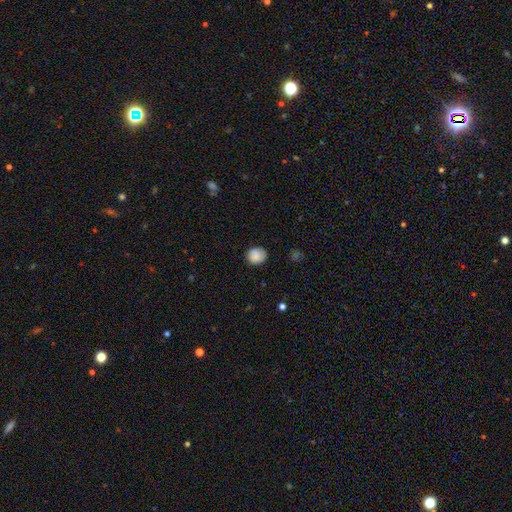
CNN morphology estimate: A smooth galaxy with no disk features (86%) that is round (79%).

Vote fractions:
- Smooth or featured? smooth: 86% / star or artifact: 8% / featured or disk: 5%
- How rounded? round: 79% / in between: 20% / cigar-shaped: 1%
- Merging? none: 82% / minor disturbance: 14% / major disturbance: 3% / merger: 1%